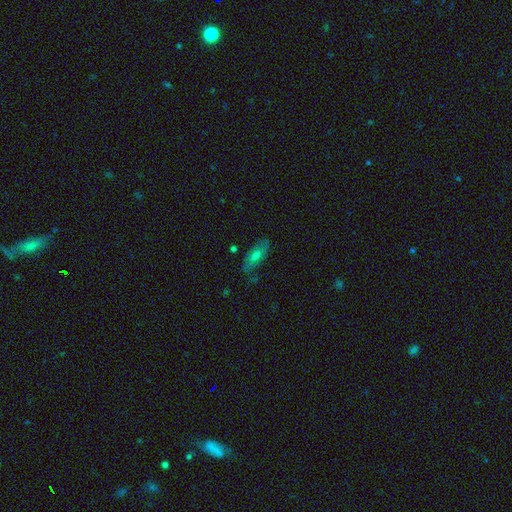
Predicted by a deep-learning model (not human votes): This appears to be a smooth galaxy with no disk features (47%). Merging: none (72%).